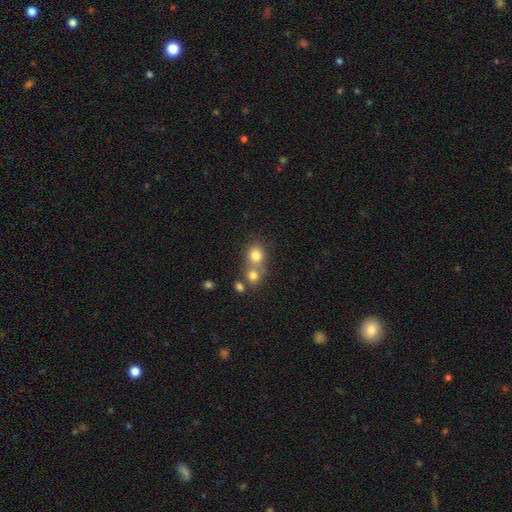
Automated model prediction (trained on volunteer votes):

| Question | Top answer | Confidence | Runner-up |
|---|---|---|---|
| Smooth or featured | smooth | 78% | star or artifact (12%) |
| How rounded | round | 78% | in between (21%) |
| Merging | none | 45% | merger (44%) |